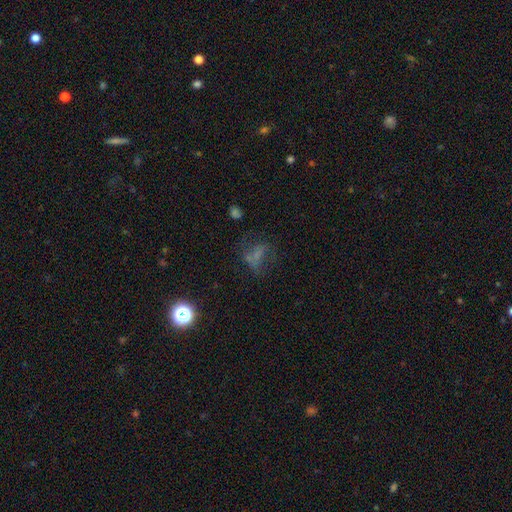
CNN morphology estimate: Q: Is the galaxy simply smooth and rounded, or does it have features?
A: smooth — 40%.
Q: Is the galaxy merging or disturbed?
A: none — 43%.